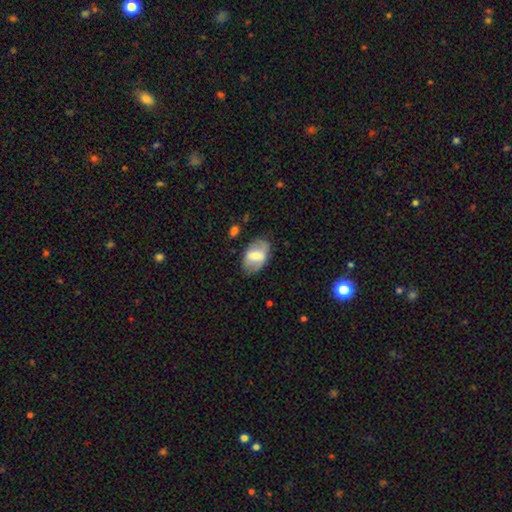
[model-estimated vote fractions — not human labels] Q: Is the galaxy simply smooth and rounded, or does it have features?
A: smooth — 50%.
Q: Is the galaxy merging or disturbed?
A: none — 74%.